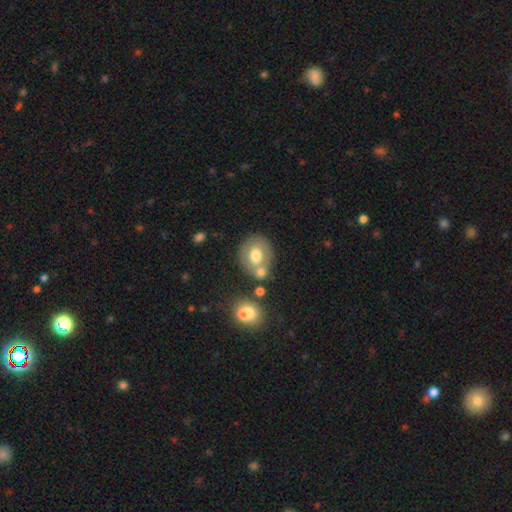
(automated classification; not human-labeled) Smooth or featured?
  - smooth: 64% *
  - featured or disk: 27%
  - star or artifact: 9%
How rounded?
  - round: 65% *
  - in between: 34%
  - cigar-shaped: 1%
Merging?
  - none: 57% *
  - merger: 23%
  - minor disturbance: 14%
  - major disturbance: 6%